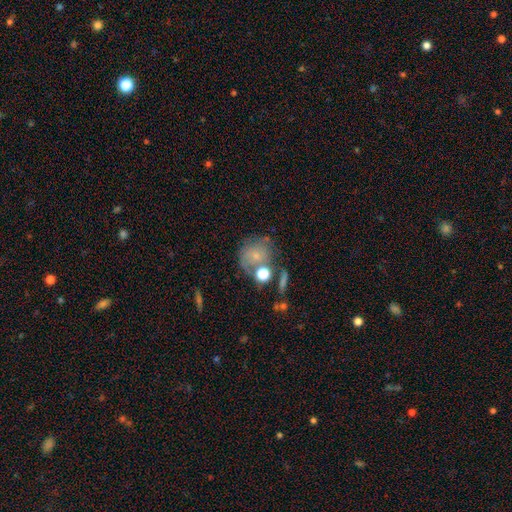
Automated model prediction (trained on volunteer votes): Q: Smooth or featured?
A: smooth (58%); runner-up: featured or disk (30%)
Q: How rounded?
A: round (71%); runner-up: in between (28%)
Q: Merging?
A: none (45%); runner-up: merger (23%)